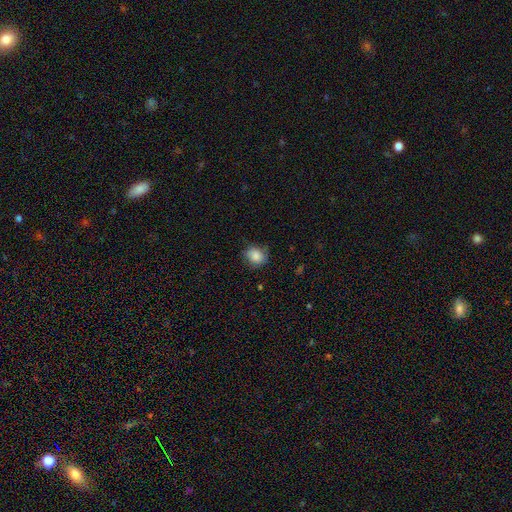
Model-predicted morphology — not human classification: Q: Smooth or featured?
A: smooth (85%); runner-up: star or artifact (8%)
Q: How rounded?
A: round (67%); runner-up: in between (32%)
Q: Merging?
A: none (72%); runner-up: minor disturbance (22%)